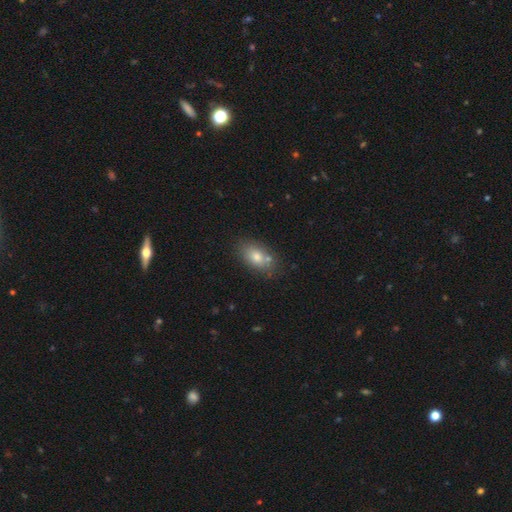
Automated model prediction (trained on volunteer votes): Smooth or featured? Predicted: smooth (p=0.77). How rounded? Predicted: in between (p=0.84). Merging? Predicted: none (p=0.71).